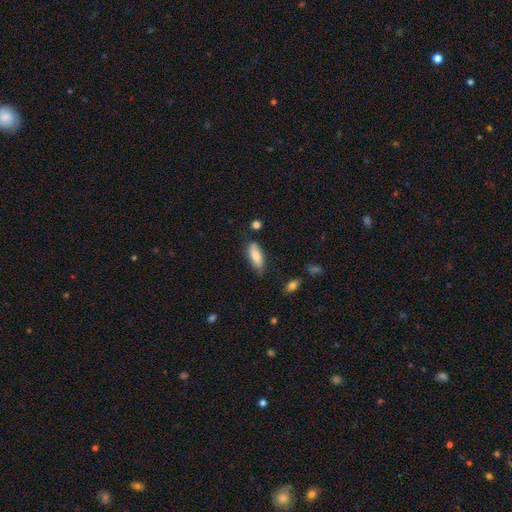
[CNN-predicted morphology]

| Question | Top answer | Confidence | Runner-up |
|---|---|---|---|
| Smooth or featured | smooth | 80% | featured or disk (14%) |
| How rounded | in between | 68% | cigar-shaped (30%) |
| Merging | none | 69% | minor disturbance (23%) |